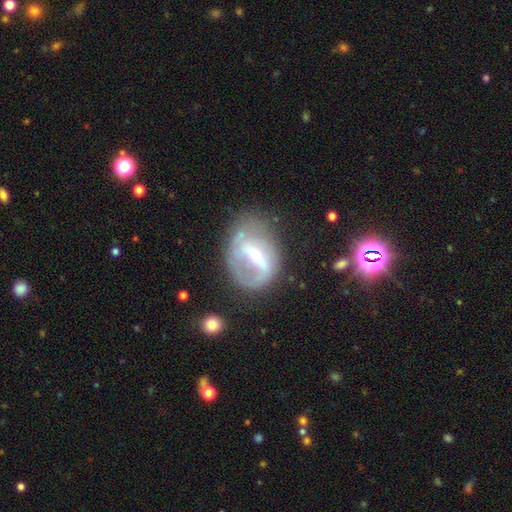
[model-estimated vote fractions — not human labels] The model was most divided on "bulge size": moderate: 41%, small: 32%, none: 16%, large: 9%, dominant: 2%. Remaining: edge-on disk — no (92%); spiral arms — no (60%); smooth or featured — featured or disk (58%); bar — strong (49%); merging — none (45%).